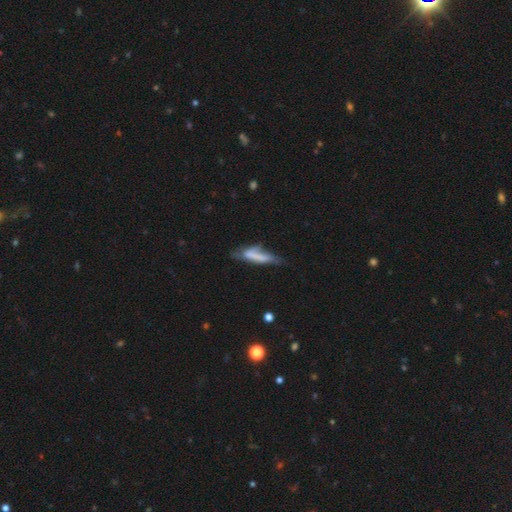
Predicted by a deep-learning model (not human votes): The model was most divided on "merging": minor disturbance: 32%, none: 31%, major disturbance: 27%, merger: 10%. More confident: how rounded — cigar-shaped (67%); smooth or featured — smooth (57%).